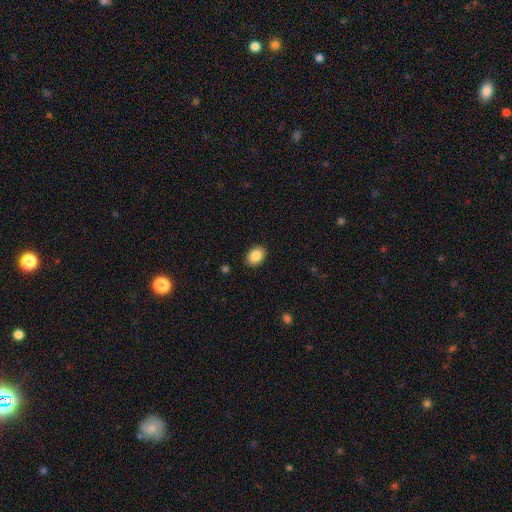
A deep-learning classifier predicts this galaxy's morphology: Overall: smooth (86%). How rounded: in between (73%). Merging: none (89%).